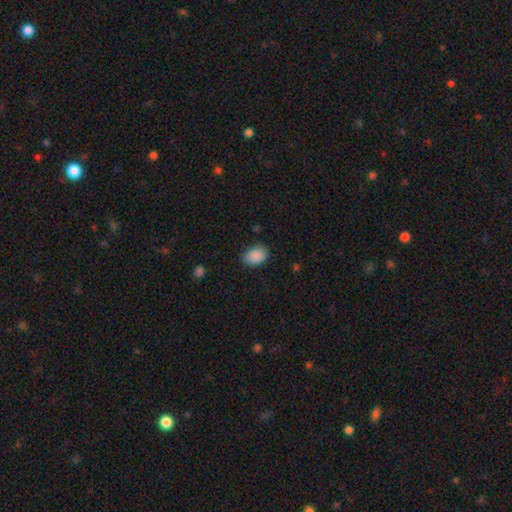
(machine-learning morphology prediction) A smooth galaxy with no disk features (89%) that is in between round and cigar-shaped (81%).

Vote fractions:
- Smooth or featured? smooth: 89% / star or artifact: 7% / featured or disk: 4%
- How rounded? in between: 81% / round: 18% / cigar-shaped: 1%
- Merging? none: 81% / minor disturbance: 15% / major disturbance: 3% / merger: 1%